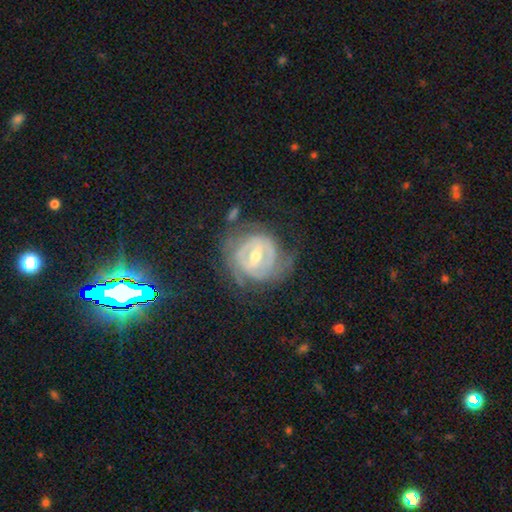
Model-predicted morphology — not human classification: Smooth or featured? featured or disk (82%)
Edge-on disk? no (96%)
Bar? weak (44%)
Spiral arms? yes (82%)
Spiral winding? tight (66%)
Spiral arm count? can't tell (37%)
Bulge size? moderate (61%)
Merging? none (65%)